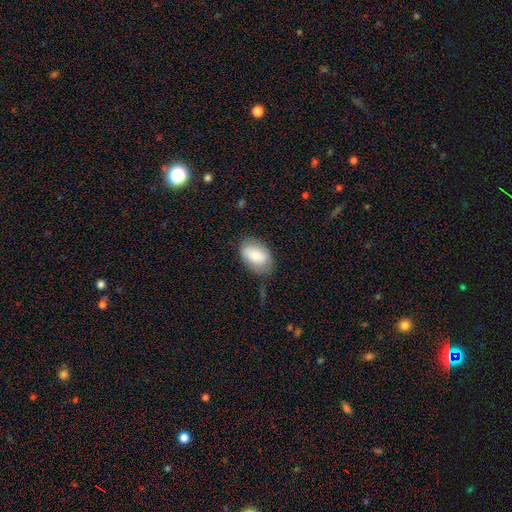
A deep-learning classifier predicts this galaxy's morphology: This is likely a smooth galaxy (75%). How rounded: clearly in between (88%). Merging: likely none (73%).